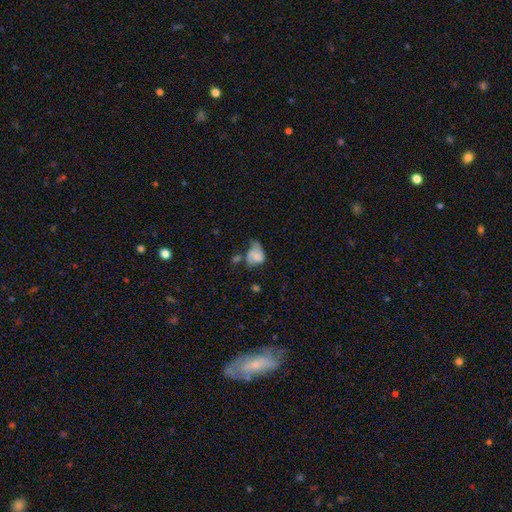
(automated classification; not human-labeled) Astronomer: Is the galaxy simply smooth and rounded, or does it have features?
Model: smooth — 62%.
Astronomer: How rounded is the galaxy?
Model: in between — 64%.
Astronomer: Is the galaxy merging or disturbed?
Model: major disturbance — 31% (runner-up: minor disturbance, 30%).